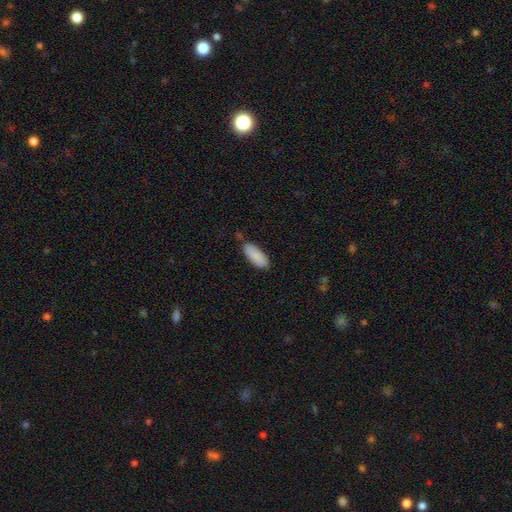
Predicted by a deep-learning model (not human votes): smooth-or-featured: smooth: 88% | star or artifact: 6% | featured or disk: 6%
  how-rounded: in between: 80% | cigar-shaped: 18% | round: 2%
  merging: none: 75% | minor disturbance: 17% | merger: 4% | major disturbance: 3%